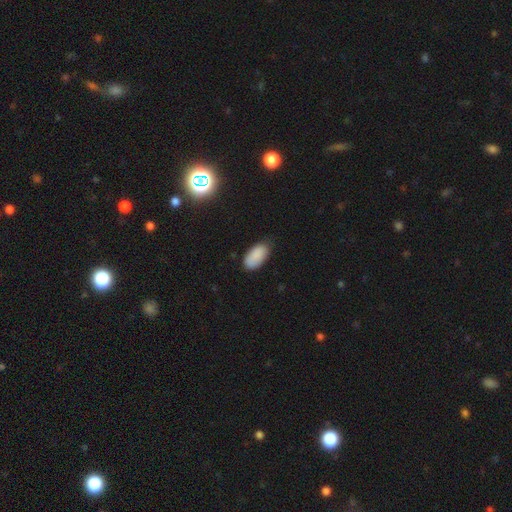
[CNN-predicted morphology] A smooth galaxy with no disk features (87%) that is in between round and cigar-shaped (95%). Merging: none (73%).